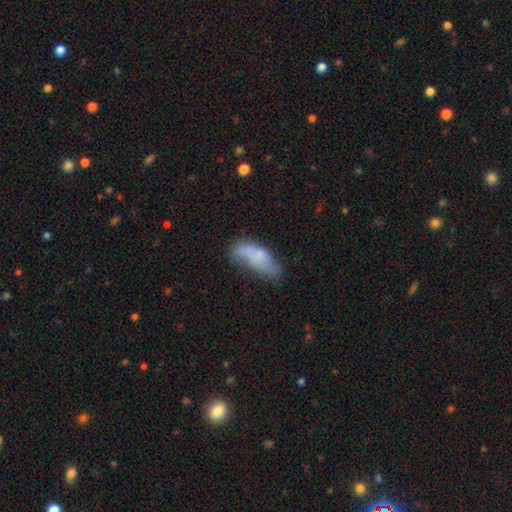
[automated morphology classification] smooth-or-featured: smooth: 68% | featured or disk: 24% | star or artifact: 9%
  how-rounded: in between: 74% | cigar-shaped: 24% | round: 2%
  merging: none: 38% | minor disturbance: 34% | major disturbance: 20% | merger: 8%